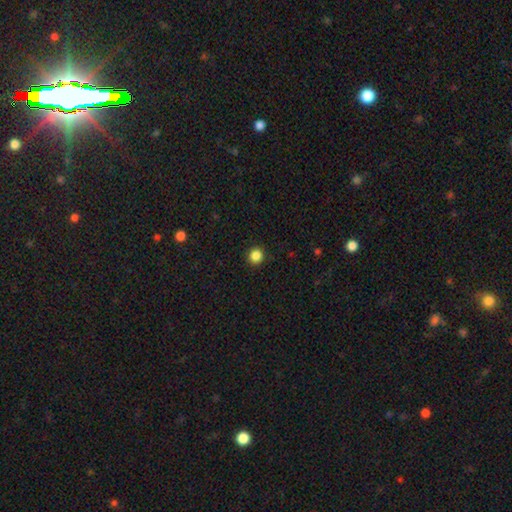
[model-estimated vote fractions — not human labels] Morphology: type=smooth (86%); roundness=round (90%); merging=none (92%).